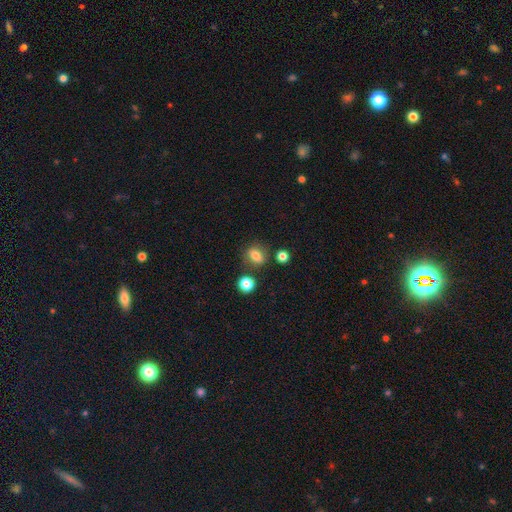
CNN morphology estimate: smooth-or-featured: smooth: 78% | star or artifact: 12% | featured or disk: 10%
  how-rounded: in between: 54% | round: 44% | cigar-shaped: 2%
  merging: none: 74% | minor disturbance: 14% | merger: 7% | major disturbance: 4%